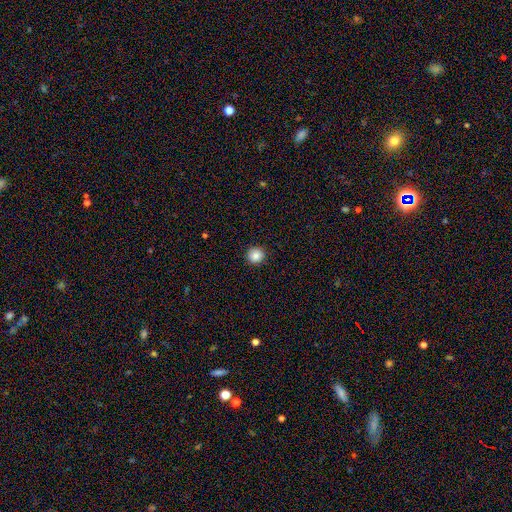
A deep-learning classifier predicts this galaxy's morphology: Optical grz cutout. It shows a smooth galaxy with no disk features (85%) that is round (94%). Merging: none (92%).